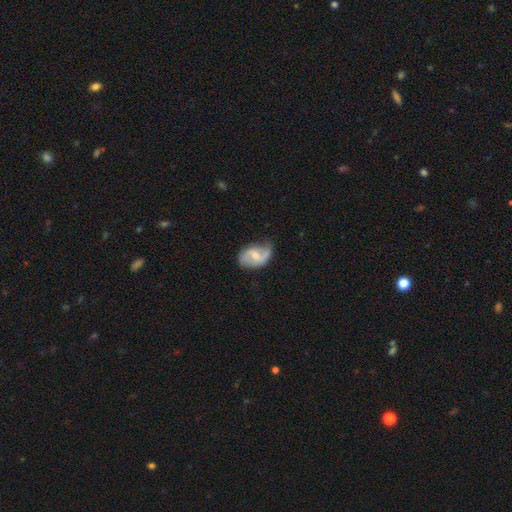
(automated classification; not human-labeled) This is likely a featured or disk galaxy (73%). It is clearly not viewed edge-on (97%). Bar: possibly weak (57%). Spiral arm pattern: clearly yes (90%). Spiral arm count: likely 2 (78%). Spiral winding: possibly loose (49%). Central bulge: possibly small (46%). Merging: possibly none (55%).